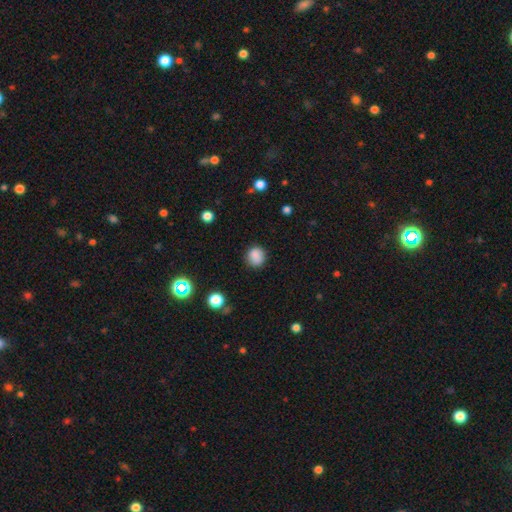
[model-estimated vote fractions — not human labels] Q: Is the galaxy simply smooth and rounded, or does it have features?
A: smooth — 84%.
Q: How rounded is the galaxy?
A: round — 86%.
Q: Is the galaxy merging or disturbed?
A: none — 84%.